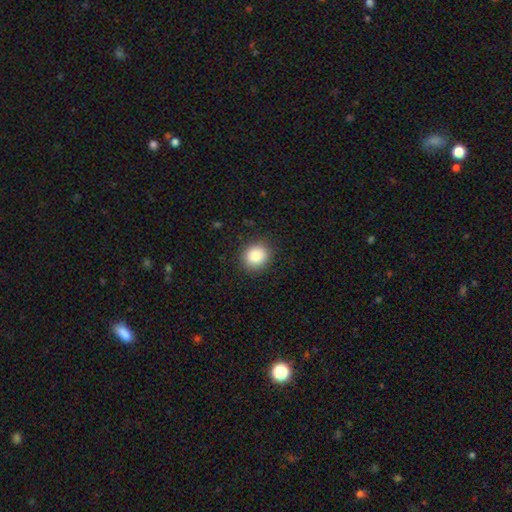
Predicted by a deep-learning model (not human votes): A smooth galaxy with no disk features (88%) that is round (85%). Merging: none (89%).